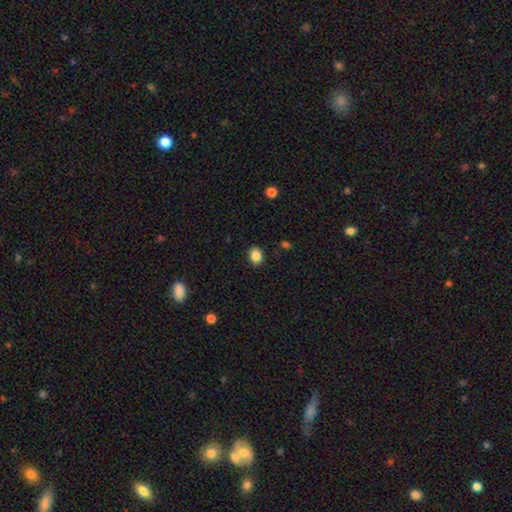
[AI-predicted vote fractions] A smooth galaxy with no disk features (86%) that is round (62%). Merging: none (89%).